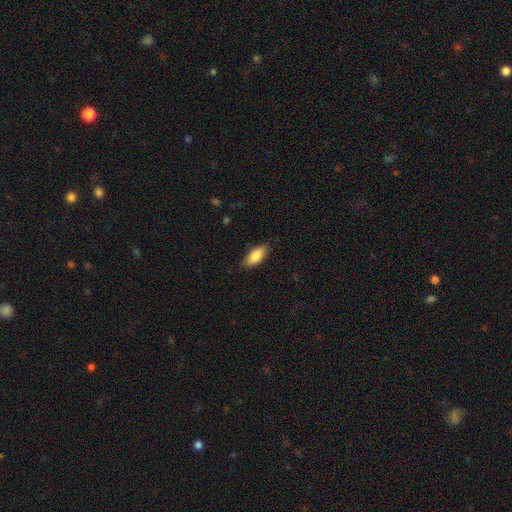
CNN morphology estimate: Q: Smooth or featured?
A: smooth (82%); runner-up: featured or disk (12%)
Q: How rounded?
A: in between (85%); runner-up: cigar-shaped (12%)
Q: Merging?
A: none (84%); runner-up: minor disturbance (13%)